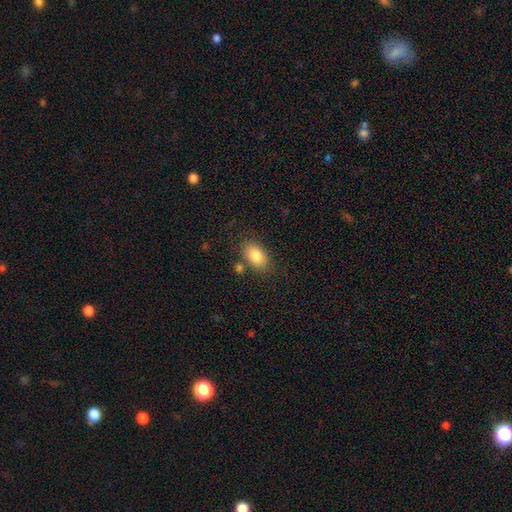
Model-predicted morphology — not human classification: The model was most divided on "merging": none: 77%, minor disturbance: 13%, merger: 7%, major disturbance: 4%. More confident: how rounded — in between (89%); smooth or featured — smooth (84%).